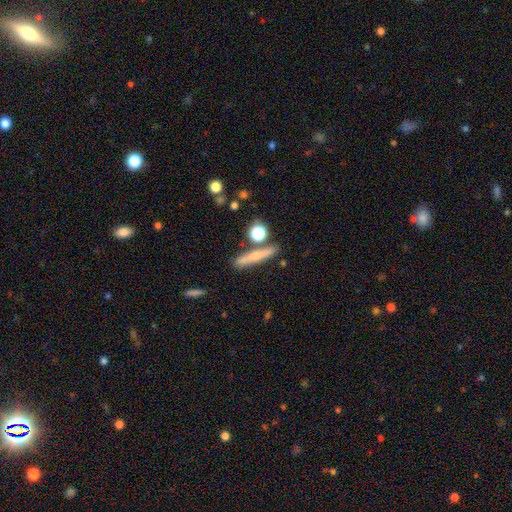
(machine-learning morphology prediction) smooth_or_featured: smooth (p=0.59) [alt: featured or disk p=0.31]
how_rounded: cigar-shaped (p=0.81) [alt: in between p=0.10]
merging: none (p=0.78) [alt: minor disturbance p=0.11]